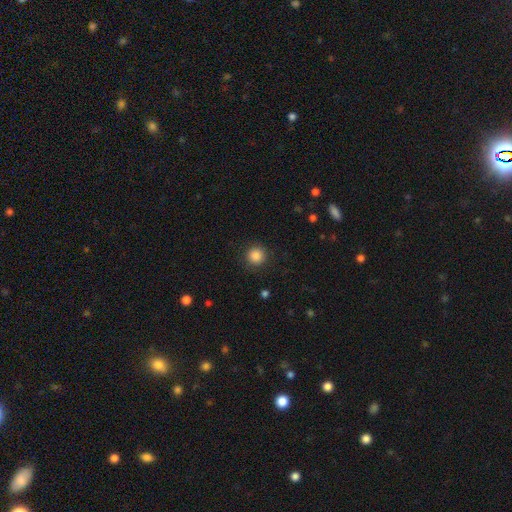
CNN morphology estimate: smooth-or-featured: smooth: 86% | star or artifact: 11% | featured or disk: 4%
  how-rounded: round: 95% | in between: 4% | cigar-shaped: 1%
  merging: none: 89% | minor disturbance: 7% | major disturbance: 3% | merger: 1%